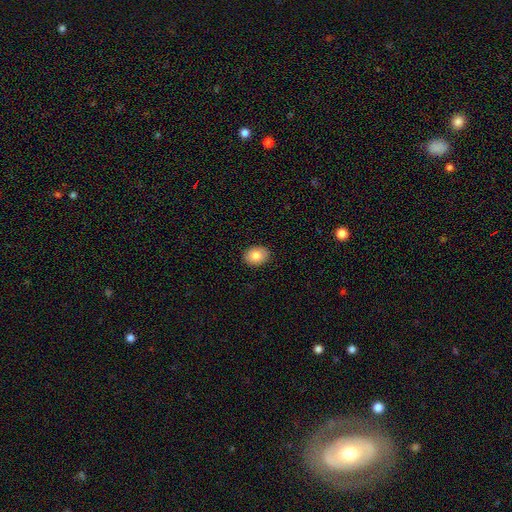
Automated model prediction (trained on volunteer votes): Q: Smooth or featured?
A: smooth (83%); runner-up: featured or disk (10%)
Q: How rounded?
A: in between (67%); runner-up: round (32%)
Q: Merging?
A: none (90%); runner-up: minor disturbance (7%)